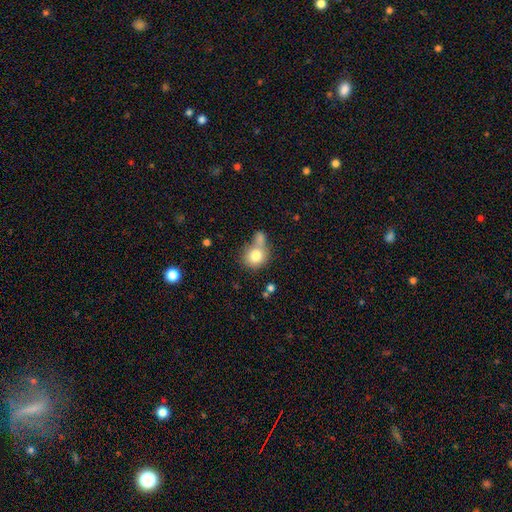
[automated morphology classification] Smooth or featured? smooth (78%)
How rounded? round (76%)
Merging? none (40%)